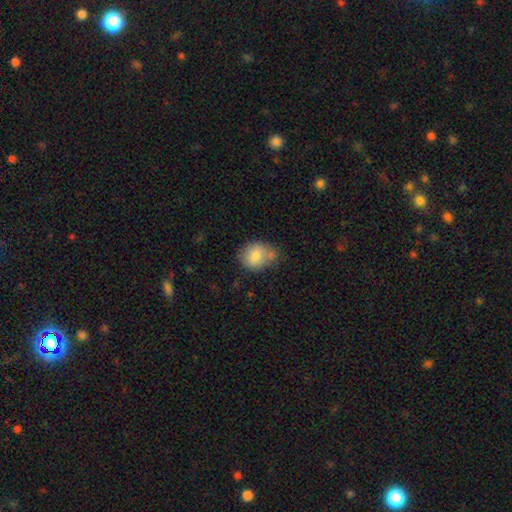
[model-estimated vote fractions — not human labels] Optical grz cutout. It shows a smooth galaxy with no disk features (79%) that is round (55%). Merging: none (48%).